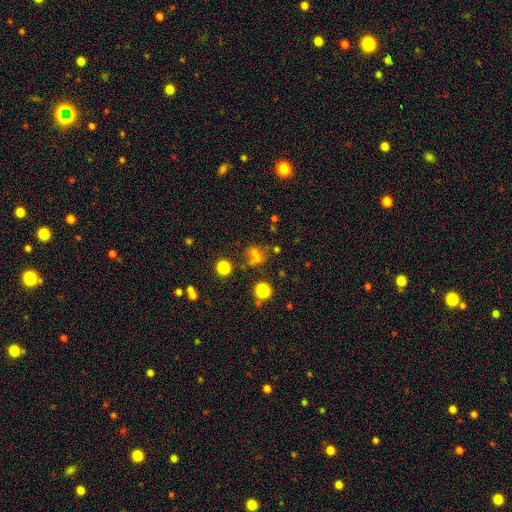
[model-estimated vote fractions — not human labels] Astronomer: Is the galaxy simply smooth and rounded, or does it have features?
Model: smooth — 55% (runner-up: star or artifact, 31%).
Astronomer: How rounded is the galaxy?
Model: round — 54% (runner-up: in between, 42%).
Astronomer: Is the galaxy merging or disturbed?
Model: none — 49%.